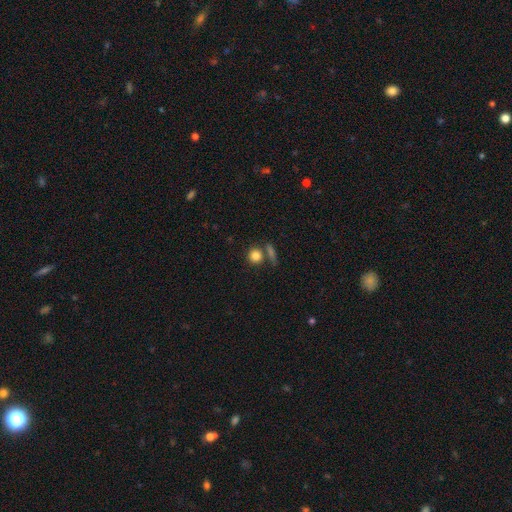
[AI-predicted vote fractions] Smooth or featured: smooth — 83% (star or artifact — 10%)
How rounded: round — 83% (in between — 14%)
Merging: none — 65% (merger — 21%)